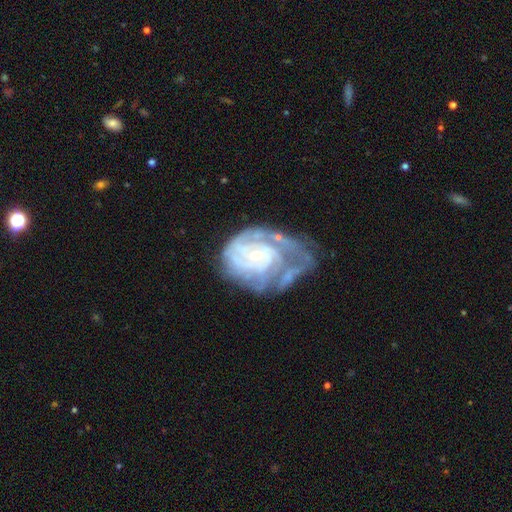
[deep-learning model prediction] The model was most divided on "merging": major disturbance: 33%, none: 30%, minor disturbance: 25%, merger: 12%. Remaining: edge-on disk — no (98%); spiral arms — yes (93%); smooth or featured — featured or disk (85%); bulge size — small (78%); spiral winding — tight (70%); bar — no (70%); spiral arm count — can't tell (38%).